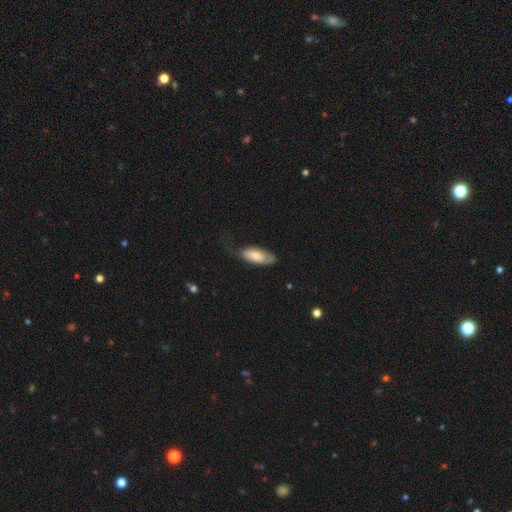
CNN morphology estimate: Overall: smooth (73%). How rounded: in between (82%). Merging: none (46%; minor disturbance 33%).